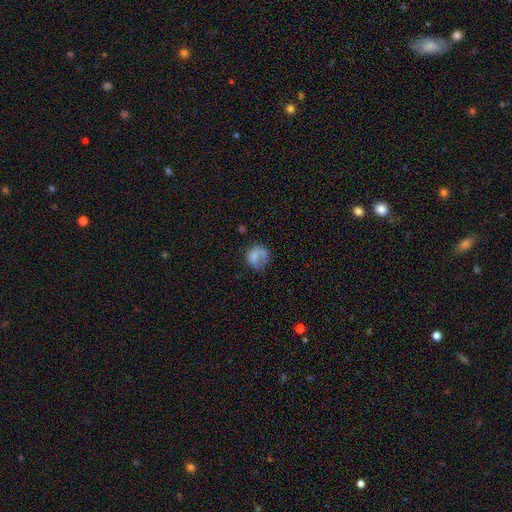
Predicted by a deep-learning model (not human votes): This is likely a smooth galaxy (70%). How rounded: likely round (70%). Merging: marginally none (44%).